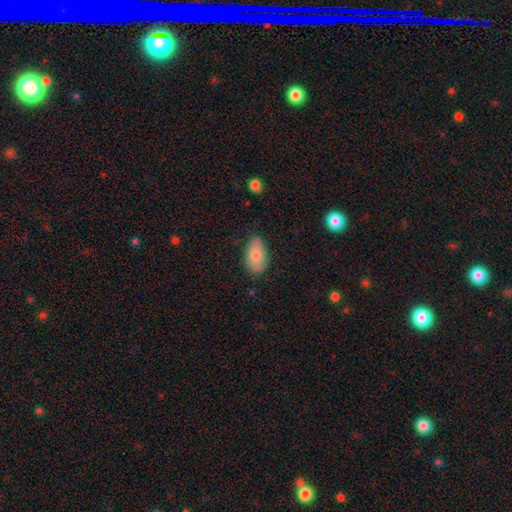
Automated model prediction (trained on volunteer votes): smooth 79%, featured or disk 14%, star or artifact 6%. Down the decision tree: how rounded — in between (93%); merging — none (77%).